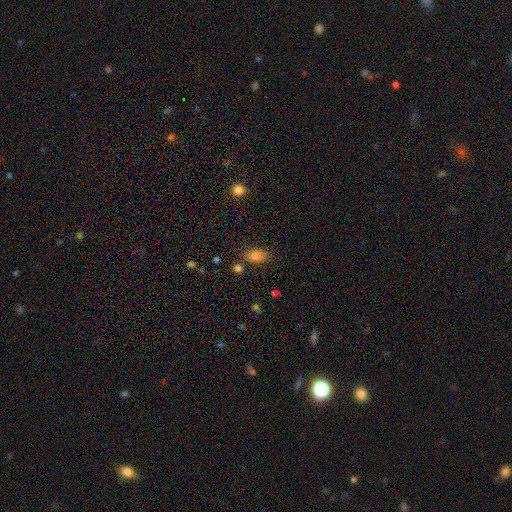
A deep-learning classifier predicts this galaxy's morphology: This is likely a smooth galaxy (79%). How rounded: clearly in between (85%). Merging: likely none (77%).